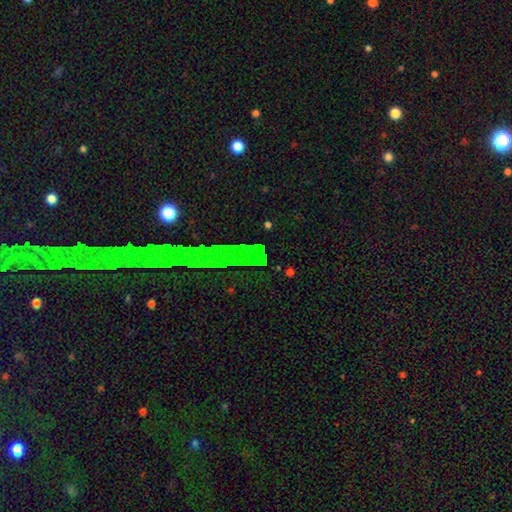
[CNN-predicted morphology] A star or artifact, not a galaxy (66%).